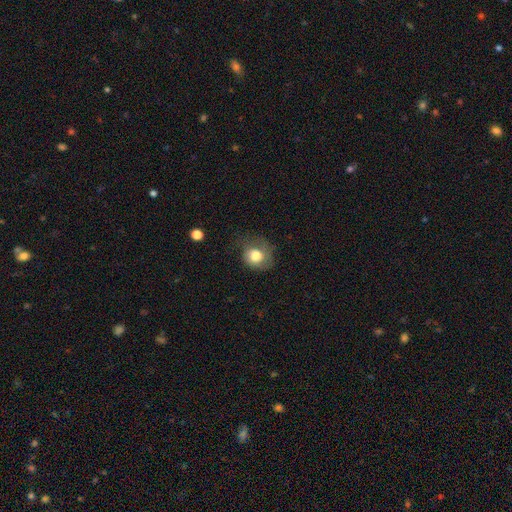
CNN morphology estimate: This appears to be a smooth galaxy with no disk features (74%) that is round (67%). Merging: none (44%).